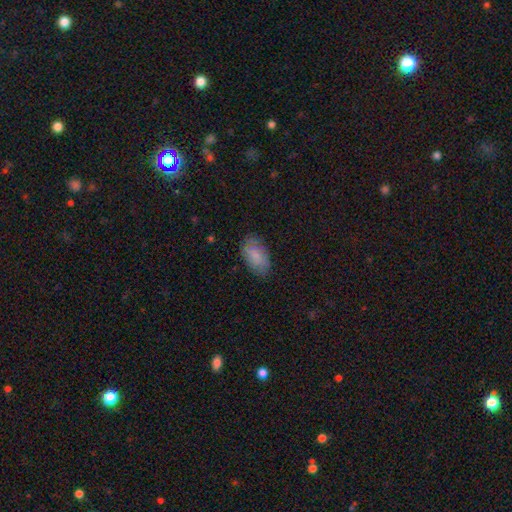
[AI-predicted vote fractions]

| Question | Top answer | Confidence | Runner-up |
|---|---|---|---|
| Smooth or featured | smooth | 82% | featured or disk (12%) |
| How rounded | in between | 94% | round (4%) |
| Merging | none | 79% | minor disturbance (16%) |